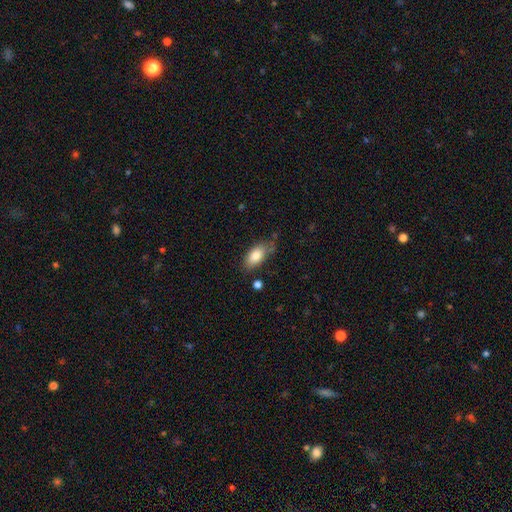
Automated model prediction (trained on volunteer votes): A smooth galaxy with no disk features (82%) that is in between round and cigar-shaped (90%).

Vote fractions:
- Smooth or featured? smooth: 82% / featured or disk: 11% / star or artifact: 7%
- How rounded? in between: 90% / cigar-shaped: 6% / round: 4%
- Merging? none: 68% / minor disturbance: 22% / major disturbance: 5% / merger: 4%